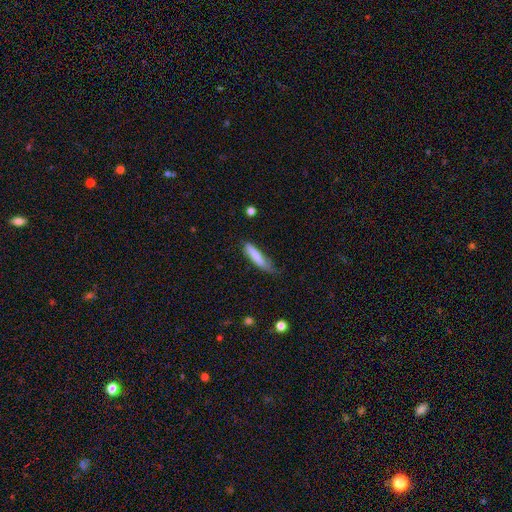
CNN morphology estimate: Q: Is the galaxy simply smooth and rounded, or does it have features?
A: smooth — 76%.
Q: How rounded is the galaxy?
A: cigar-shaped — 77%.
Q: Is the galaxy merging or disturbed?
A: none — 46%.